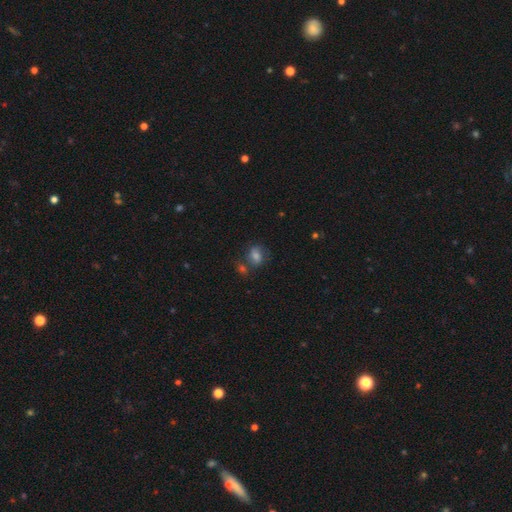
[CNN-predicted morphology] The model was most divided on "how rounded": in between: 58%, round: 40%, cigar-shaped: 2%. More confident: smooth or featured — smooth (62%); merging — none (57%).